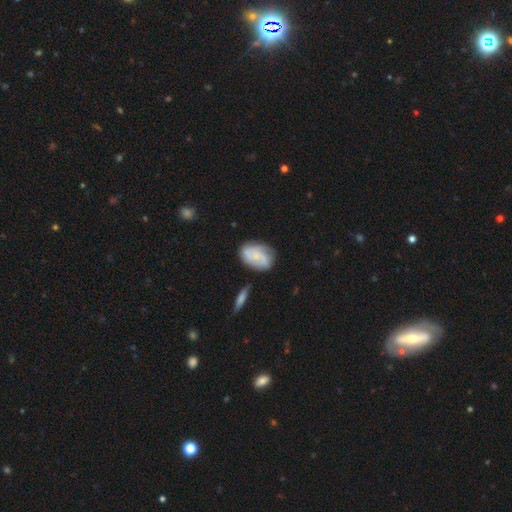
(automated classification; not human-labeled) smooth_or_featured: featured or disk (p=0.57) [alt: smooth p=0.36]
disk_edge_on: no (p=0.97) [alt: yes p=0.03]
bar: no (p=0.67) [alt: weak p=0.28]
has_spiral_arms: yes (p=0.88) [alt: no p=0.12]
bulge_size: small (p=0.56) [alt: none p=0.27]
merging: none (p=0.66) [alt: minor disturbance p=0.22]